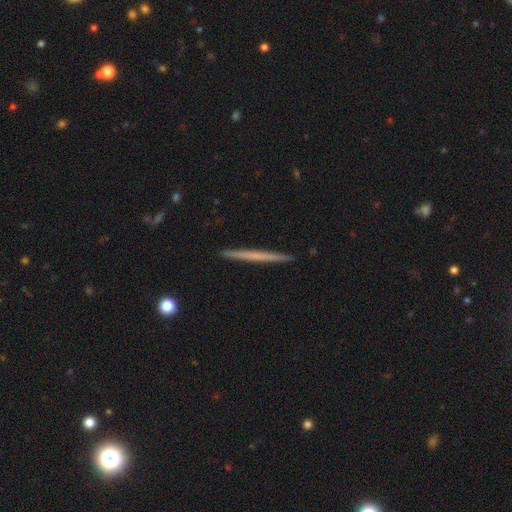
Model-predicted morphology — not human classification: smooth_or_featured: featured or disk (p=0.50) [alt: smooth p=0.45]
merging: none (p=0.93) [alt: minor disturbance p=0.05]